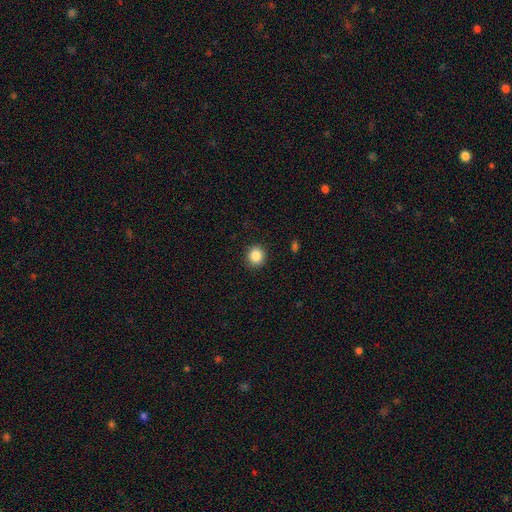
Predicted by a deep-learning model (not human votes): Overall: smooth (86%). How rounded: round (86%). Merging: none (91%).